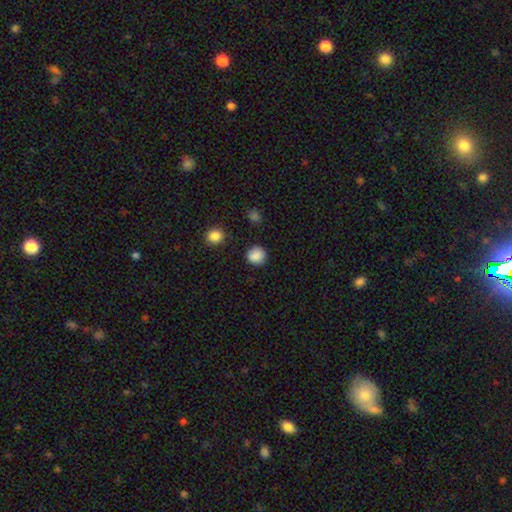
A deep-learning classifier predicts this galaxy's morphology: smooth 87%, star or artifact 9%, featured or disk 3%. Down the decision tree: how rounded — round (90%); merging — none (88%).